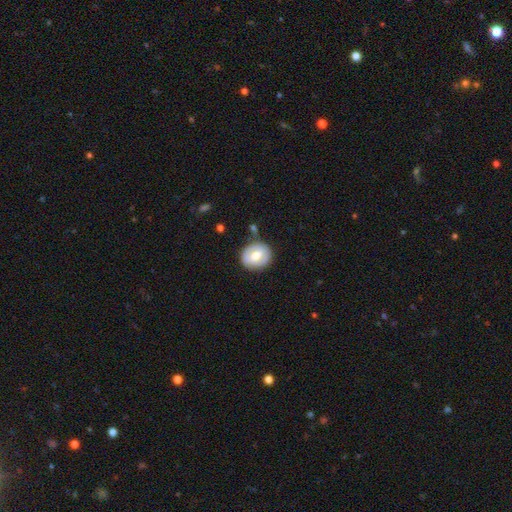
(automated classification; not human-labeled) Morphology: type=smooth (51%); roundness=round (67%); merging=none (79%).